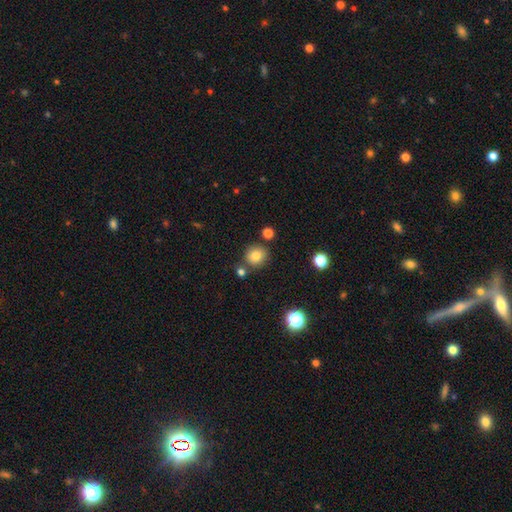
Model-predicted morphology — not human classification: Smooth or featured: smooth — 81% (star or artifact — 12%)
How rounded: round — 86% (in between — 13%)
Merging: none — 79% (minor disturbance — 9%)